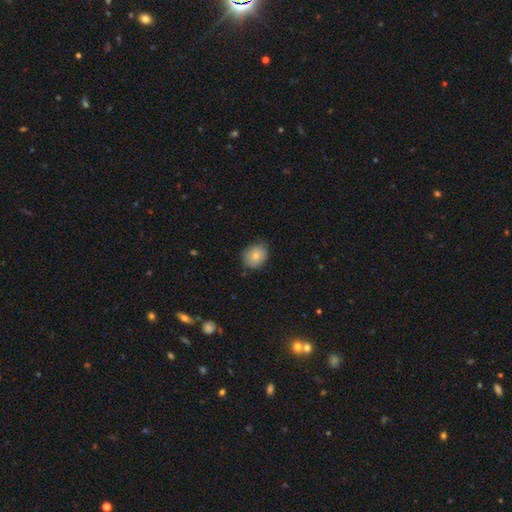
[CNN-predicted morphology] A smooth galaxy with no disk features (79%) that is round (63%).

Vote fractions:
- Smooth or featured? smooth: 79% / featured or disk: 12% / star or artifact: 9%
- How rounded? round: 63% / in between: 37% / cigar-shaped: 1%
- Merging? none: 78% / minor disturbance: 18% / major disturbance: 3% / merger: 1%